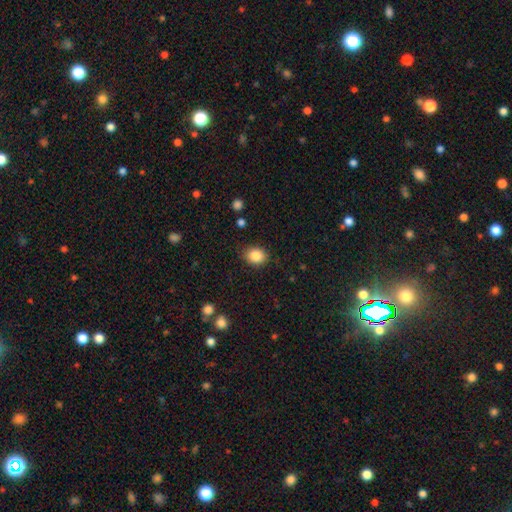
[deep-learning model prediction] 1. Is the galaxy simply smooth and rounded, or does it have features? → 86% smooth, 9% star or artifact, 5% featured or disk.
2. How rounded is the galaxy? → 53% round, 46% in between, 1% cigar-shaped.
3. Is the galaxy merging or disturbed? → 86% none, 10% minor disturbance, 3% major disturbance, 1% merger.